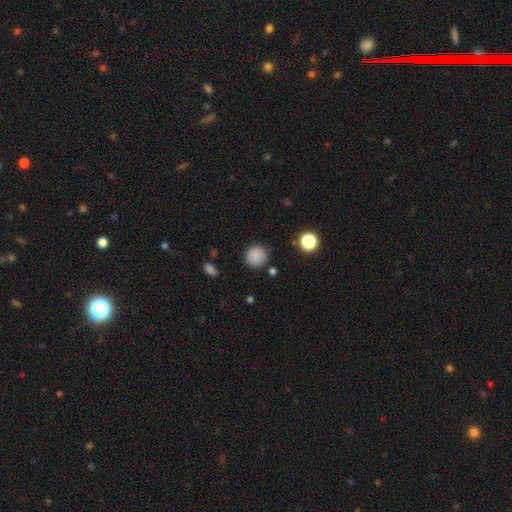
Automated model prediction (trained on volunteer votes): smooth-or-featured: smooth: 86% | star or artifact: 10% | featured or disk: 4%
  how-rounded: round: 92% | in between: 7% | cigar-shaped: 1%
  merging: none: 86% | minor disturbance: 9% | major disturbance: 3% | merger: 2%